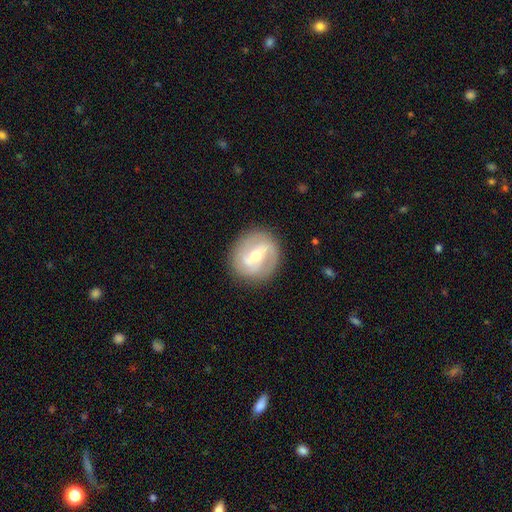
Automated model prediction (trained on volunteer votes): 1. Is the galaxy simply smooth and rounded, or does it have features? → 74% featured or disk, 20% smooth, 6% star or artifact.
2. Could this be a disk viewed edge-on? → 95% no, 5% yes.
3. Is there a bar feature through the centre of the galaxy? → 46% strong, 39% weak, 15% no.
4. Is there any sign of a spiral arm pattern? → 76% yes, 24% no.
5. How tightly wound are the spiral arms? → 41% medium, 36% tight, 23% loose.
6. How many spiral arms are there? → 73% 2, 14% can't tell, 7% 3, 3% 1, 2% 4, 2% more than 4.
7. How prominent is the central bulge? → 61% moderate, 34% small, 3% large, 1% none, 1% dominant.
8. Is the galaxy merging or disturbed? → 84% none, 10% minor disturbance, 4% major disturbance, 1% merger.